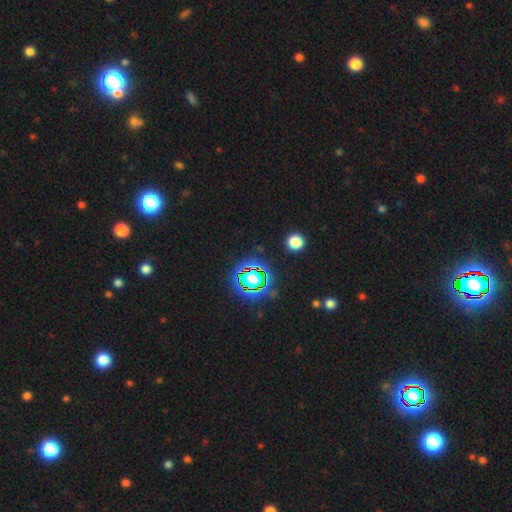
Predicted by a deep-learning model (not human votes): smooth_or_featured: star or artifact (p=0.81) [alt: smooth p=0.12]